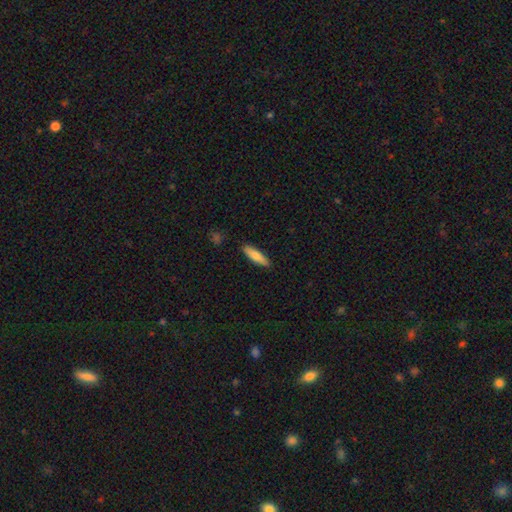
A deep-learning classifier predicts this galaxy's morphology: The model was most divided on "how rounded": cigar-shaped: 63%, in between: 35%, round: 2%. More confident: merging — none (88%); smooth or featured — smooth (78%).